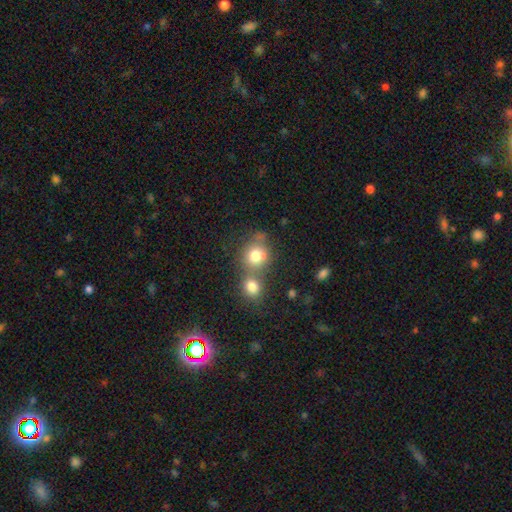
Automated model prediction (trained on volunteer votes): A smooth galaxy with no disk features (76%) that is round (73%). Merging: merger (48%).